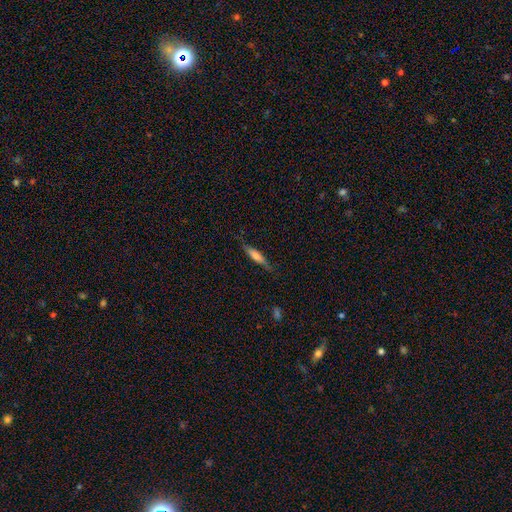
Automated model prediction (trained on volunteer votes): A smooth galaxy with no disk features (58%) that is cigar-shaped (79%). Merging: none (76%).